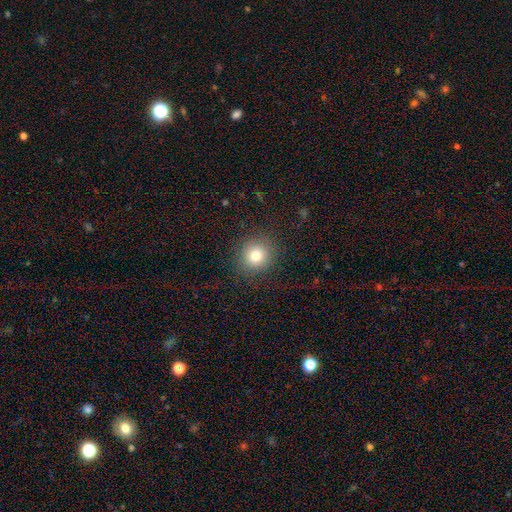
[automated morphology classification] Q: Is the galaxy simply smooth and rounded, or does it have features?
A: smooth — 80%.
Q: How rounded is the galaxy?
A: round — 89%.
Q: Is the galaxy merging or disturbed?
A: none — 87%.